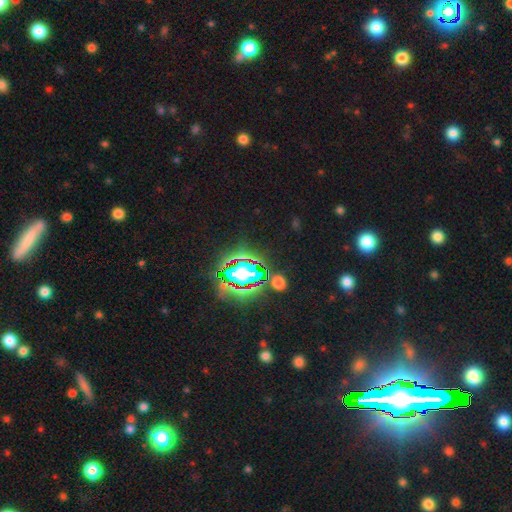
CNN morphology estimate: A star or artifact, not a galaxy (76%).

Vote fractions:
- Smooth or featured? star or artifact: 76% / smooth: 15% / featured or disk: 10%